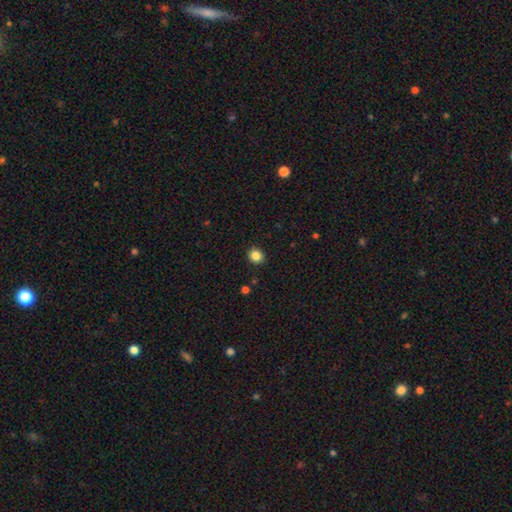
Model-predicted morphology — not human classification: Smooth or featured? smooth (85%)
How rounded? round (84%)
Merging? none (91%)